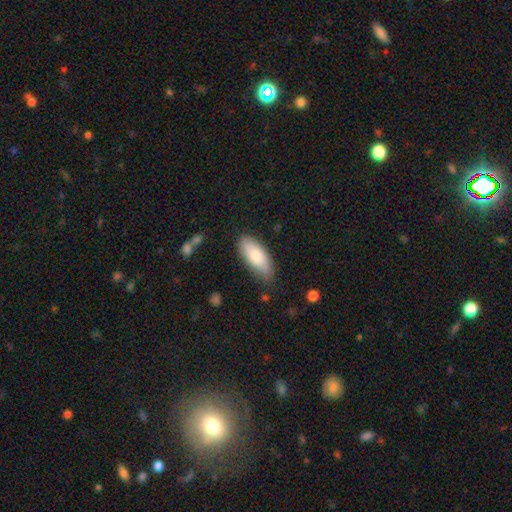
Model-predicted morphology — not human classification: The model was most divided on "merging": none: 75%, minor disturbance: 20%, major disturbance: 4%, merger: 2%. More confident: how rounded — in between (79%); smooth or featured — smooth (78%).